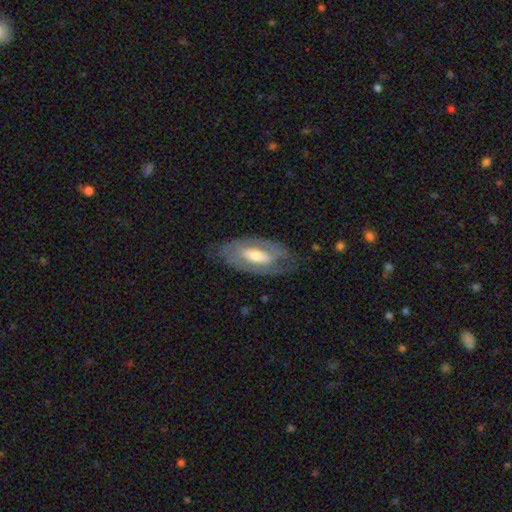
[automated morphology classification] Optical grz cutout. It shows a featured or disk galaxy (67%) with no bar (39%), spiral arms (57%) and a moderate central bulge (56%). Merging: none (74%).